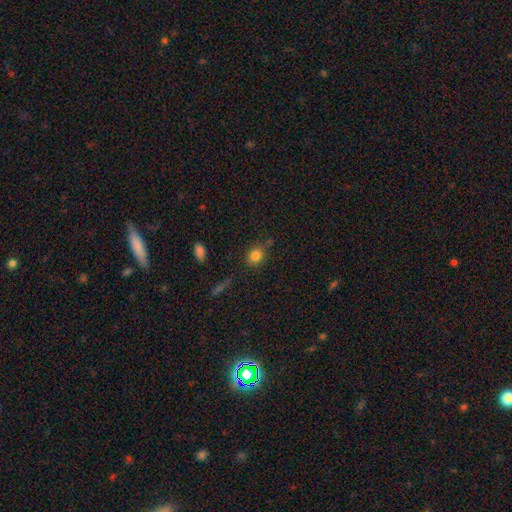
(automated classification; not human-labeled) smooth-or-featured: smooth: 82% | star or artifact: 11% | featured or disk: 7%
  how-rounded: round: 64% | in between: 35% | cigar-shaped: 1%
  merging: none: 76% | minor disturbance: 15% | merger: 5% | major disturbance: 4%